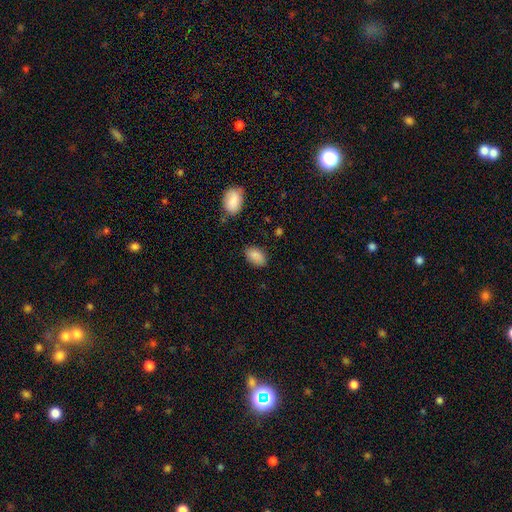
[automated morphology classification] Smooth or featured?
  - smooth: 86% *
  - star or artifact: 8%
  - featured or disk: 6%
How rounded?
  - in between: 92% *
  - round: 7%
  - cigar-shaped: 2%
Merging?
  - none: 79% *
  - minor disturbance: 16%
  - major disturbance: 3%
  - merger: 2%